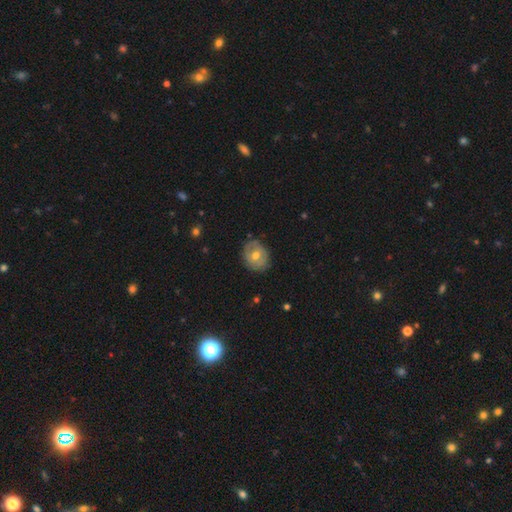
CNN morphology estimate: A smooth galaxy with no disk features (48%). Merging: none (79%).